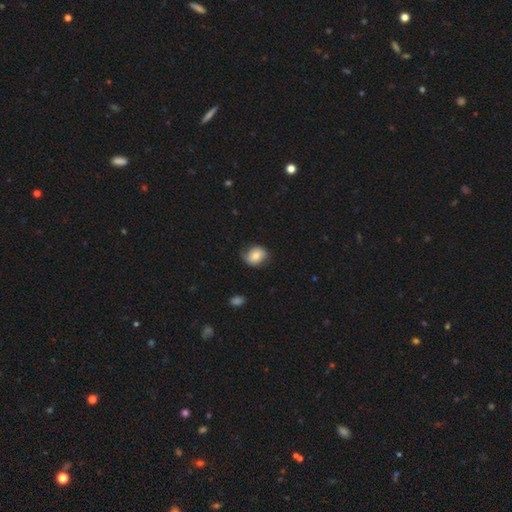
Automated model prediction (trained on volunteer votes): Morphology: type=smooth (66%); roundness=round (54%); merging=none (58%).